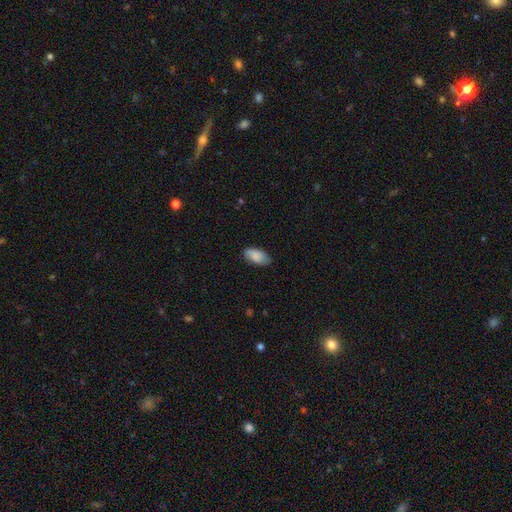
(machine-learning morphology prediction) Smooth or featured? smooth (82%)
How rounded? in between (93%)
Merging? none (78%)